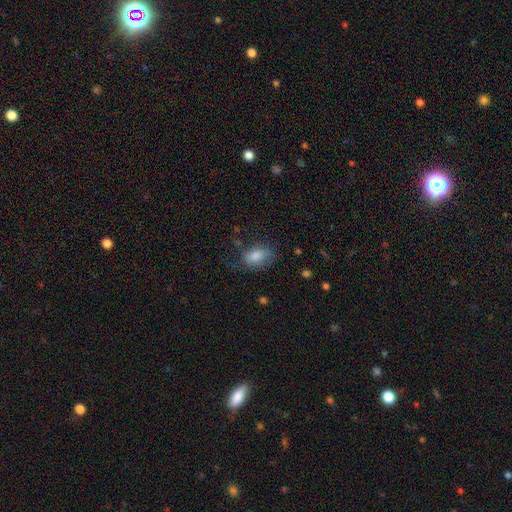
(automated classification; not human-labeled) Smooth or featured? smooth (76%)
How rounded? in between (86%)
Merging? none (60%)